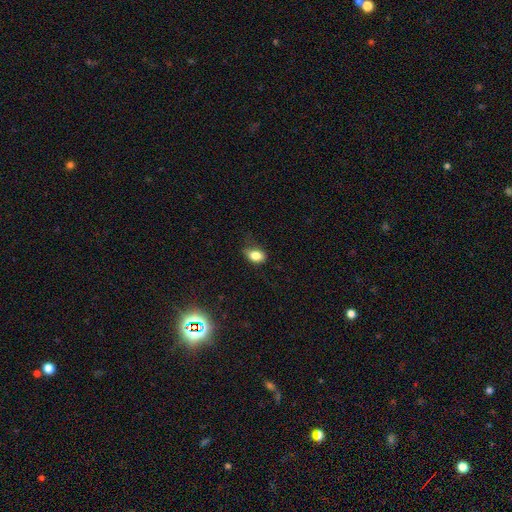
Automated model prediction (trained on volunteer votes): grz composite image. It shows a smooth galaxy with no disk features (81%) that is in between round and cigar-shaped (75%). Merging: none (55%).